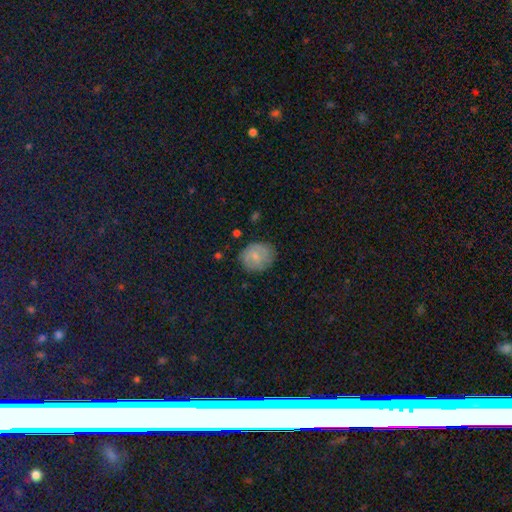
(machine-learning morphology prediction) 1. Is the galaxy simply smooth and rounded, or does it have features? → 66% smooth, 26% featured or disk, 8% star or artifact.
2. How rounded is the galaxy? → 63% round, 36% in between, 1% cigar-shaped.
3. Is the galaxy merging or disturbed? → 77% none, 18% minor disturbance, 4% major disturbance, 2% merger.